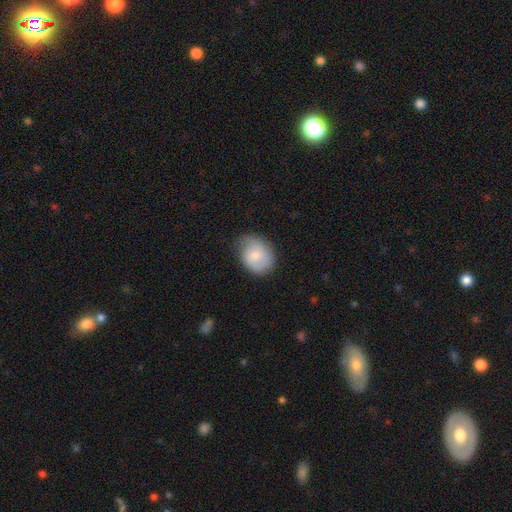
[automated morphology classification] Smooth or featured: smooth — 70% (featured or disk — 24%)
How rounded: in between — 53% (round — 46%)
Merging: none — 66% (minor disturbance — 26%)